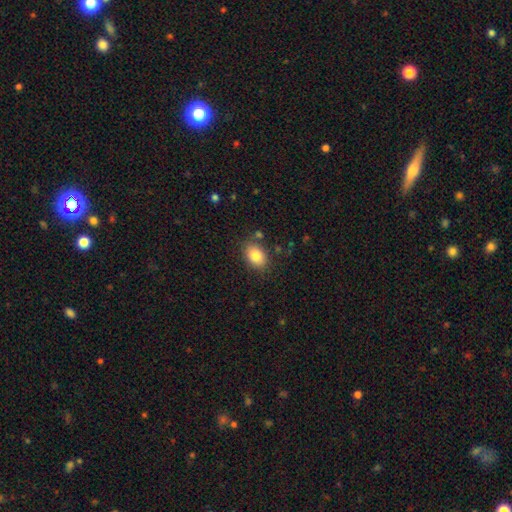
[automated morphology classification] smooth_or_featured: smooth (p=0.83) [alt: star or artifact p=0.08]
how_rounded: in between (p=0.76) [alt: round p=0.23]
merging: none (p=0.81) [alt: minor disturbance p=0.12]